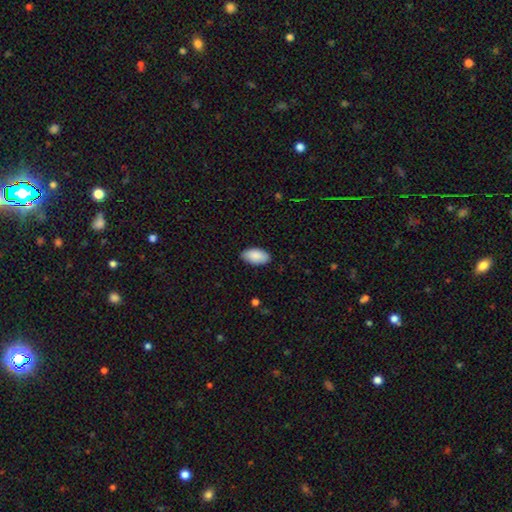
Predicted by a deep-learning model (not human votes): Q: Smooth or featured?
A: smooth (89%); runner-up: star or artifact (6%)
Q: How rounded?
A: in between (96%); runner-up: round (2%)
Q: Merging?
A: none (85%); runner-up: minor disturbance (12%)